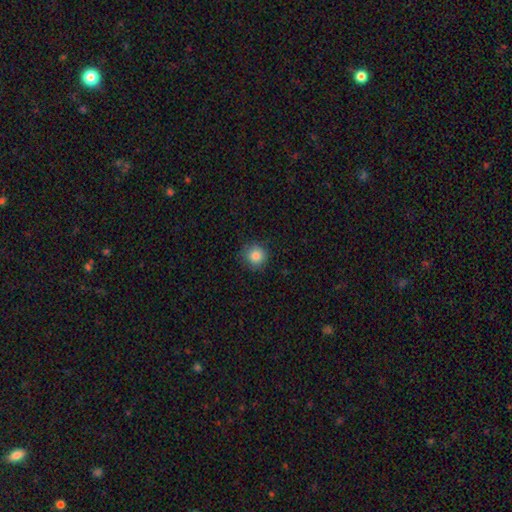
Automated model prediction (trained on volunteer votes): Smooth or featured?
  - smooth: 84% *
  - star or artifact: 10%
  - featured or disk: 5%
How rounded?
  - round: 94% *
  - in between: 5%
  - cigar-shaped: 1%
Merging?
  - none: 85% *
  - minor disturbance: 11%
  - major disturbance: 3%
  - merger: 1%